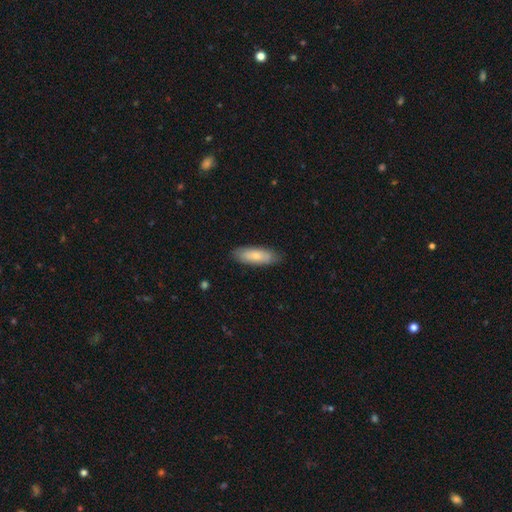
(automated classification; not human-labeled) This appears to be a smooth galaxy with no disk features (76%) that is in between round and cigar-shaped (61%). Merging: none (85%).